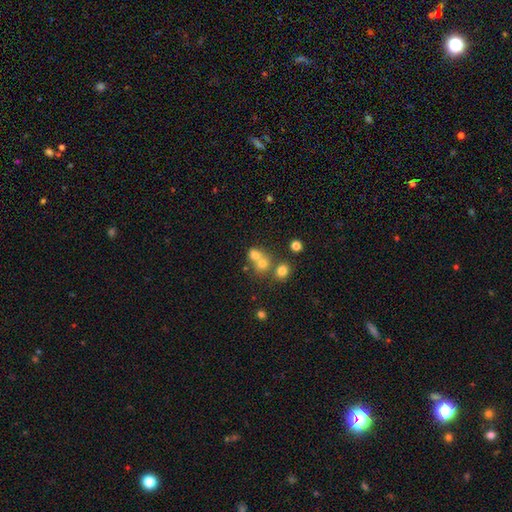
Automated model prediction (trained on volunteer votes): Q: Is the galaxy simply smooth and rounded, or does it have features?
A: smooth — 69%.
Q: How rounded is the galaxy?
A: round — 66%.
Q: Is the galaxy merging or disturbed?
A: merger — 53%.